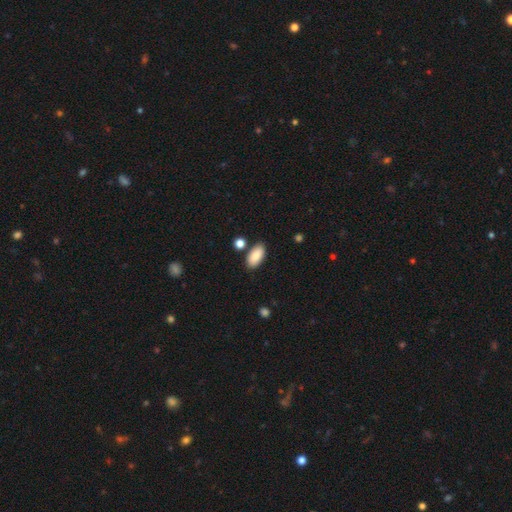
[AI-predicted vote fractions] A smooth galaxy with no disk features (86%) that is in between round and cigar-shaped (94%). Merging: none (82%).